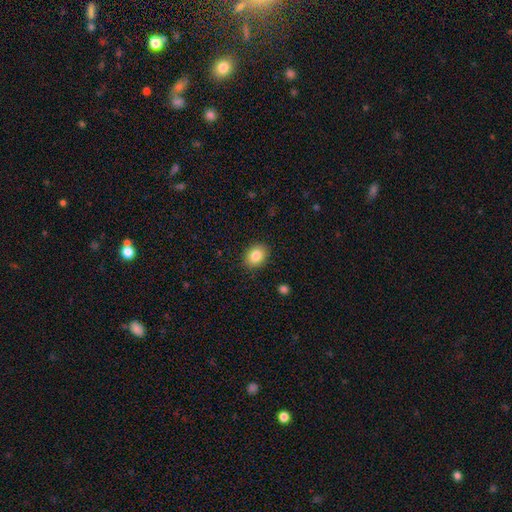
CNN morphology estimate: Smooth or featured? smooth (85%)
How rounded? in between (59%)
Merging? none (89%)